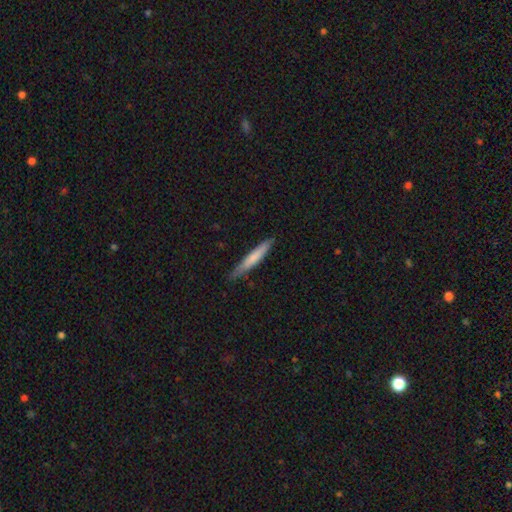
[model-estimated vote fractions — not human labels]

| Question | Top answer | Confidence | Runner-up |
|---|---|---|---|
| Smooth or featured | smooth | 68% | featured or disk (26%) |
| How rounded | cigar-shaped | 95% | in between (4%) |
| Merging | none | 85% | minor disturbance (12%) |